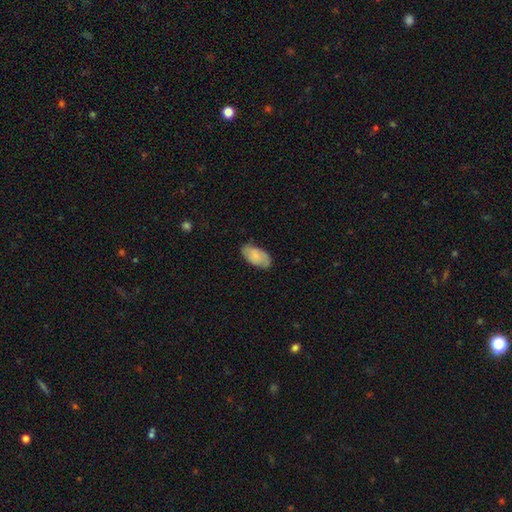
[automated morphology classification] Smooth or featured?
  - smooth: 75% *
  - featured or disk: 18%
  - star or artifact: 6%
How rounded?
  - in between: 94% *
  - cigar-shaped: 3%
  - round: 3%
Merging?
  - none: 77% *
  - minor disturbance: 18%
  - major disturbance: 3%
  - merger: 1%